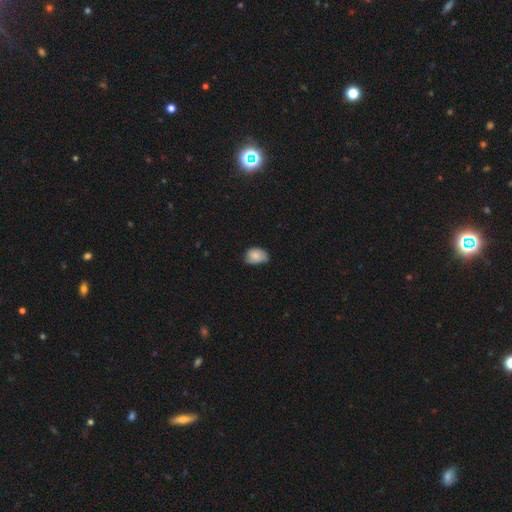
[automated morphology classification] The model was most divided on "merging": none: 49%, minor disturbance: 41%, major disturbance: 8%, merger: 2%. More confident: smooth or featured — smooth (82%); how rounded — in between (77%).